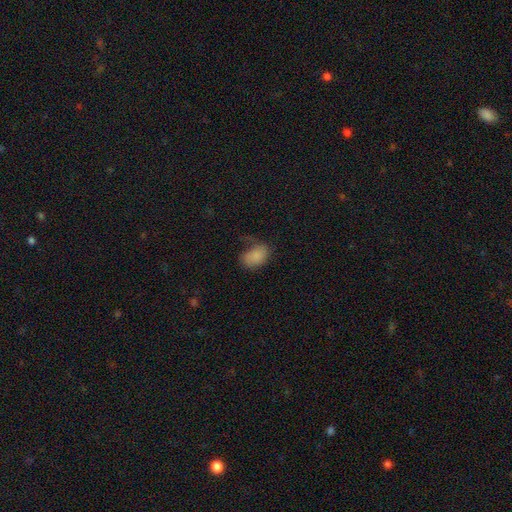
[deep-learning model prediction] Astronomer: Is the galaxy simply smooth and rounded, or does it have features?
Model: smooth — 81%.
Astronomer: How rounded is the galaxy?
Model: in between — 86%.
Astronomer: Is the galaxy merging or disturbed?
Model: none — 46% (runner-up: minor disturbance, 28%).